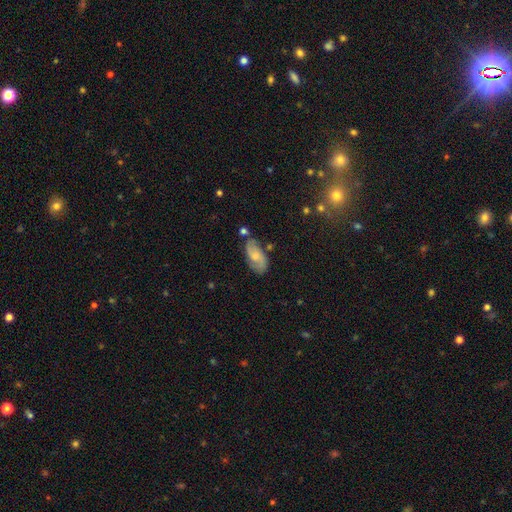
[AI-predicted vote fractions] Overall: featured or disk (54%; smooth 39%). Edge-on disk: no (94%). Bar: no (58%; weak 36%). Spiral arms: yes (88%). Bulge size: small (46%; moderate 39%). Merging: none (66%).